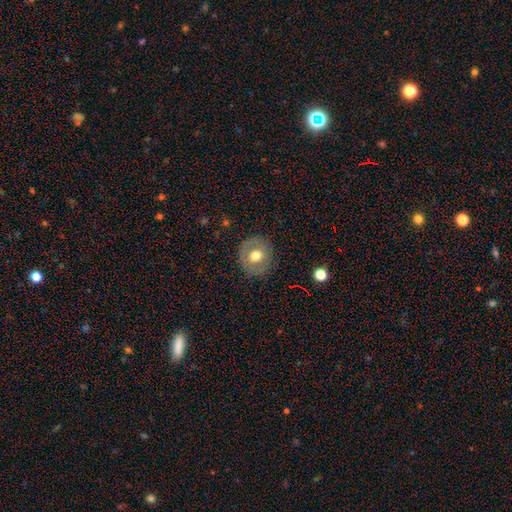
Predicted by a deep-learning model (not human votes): Morphology: type=smooth (55%); roundness=round (82%); merging=none (85%).